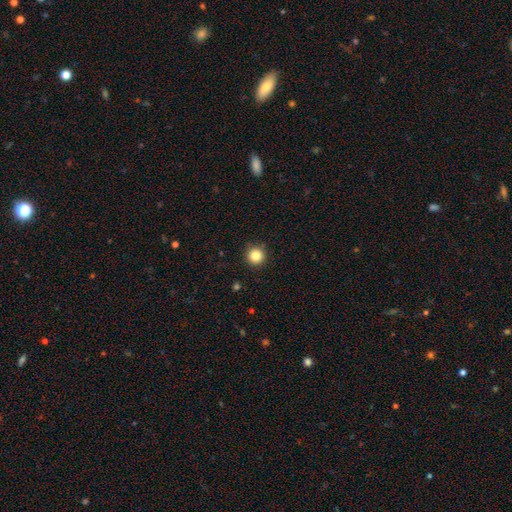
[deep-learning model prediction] A smooth galaxy with no disk features (84%) that is round (96%).

Vote fractions:
- Smooth or featured? smooth: 84% / star or artifact: 11% / featured or disk: 5%
- How rounded? round: 96% / in between: 4% / cigar-shaped: 1%
- Merging? none: 91% / minor disturbance: 6% / major disturbance: 2% / merger: 1%